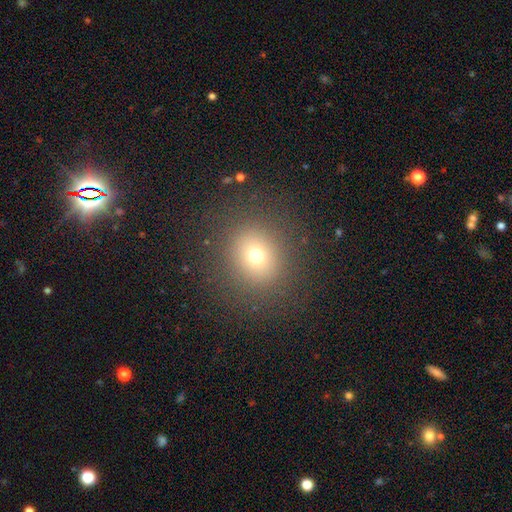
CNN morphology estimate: smooth-or-featured: smooth: 70% | star or artifact: 19% | featured or disk: 12%
  how-rounded: round: 83% | in between: 16% | cigar-shaped: 1%
  merging: none: 87% | minor disturbance: 7% | major disturbance: 4% | merger: 1%